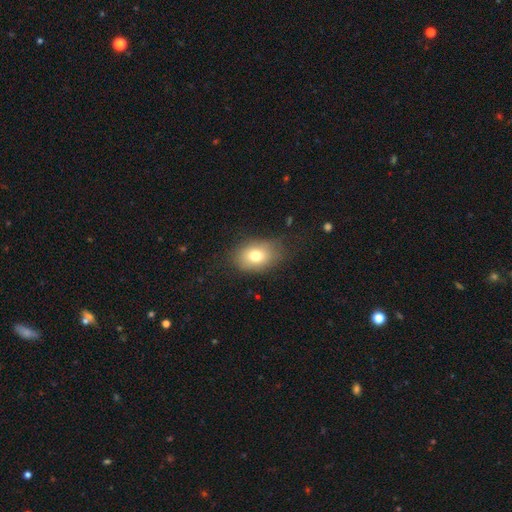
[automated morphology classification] A smooth galaxy with no disk features (75%) that is in between round and cigar-shaped (74%). Merging: none (74%).